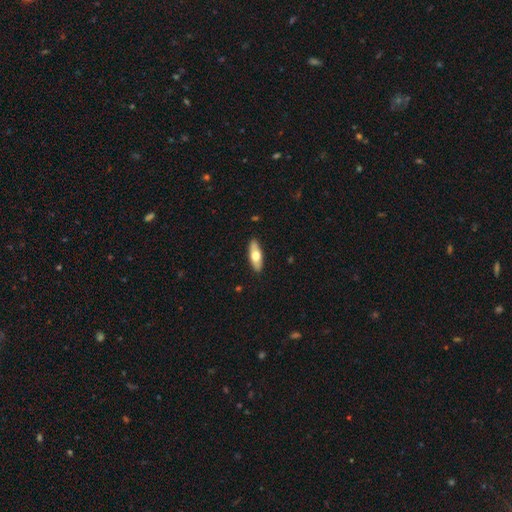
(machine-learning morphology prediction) smooth_or_featured: smooth (p=0.61) [alt: featured or disk p=0.34]
how_rounded: in between (p=0.63) [alt: cigar-shaped p=0.34]
merging: none (p=0.89) [alt: minor disturbance p=0.08]